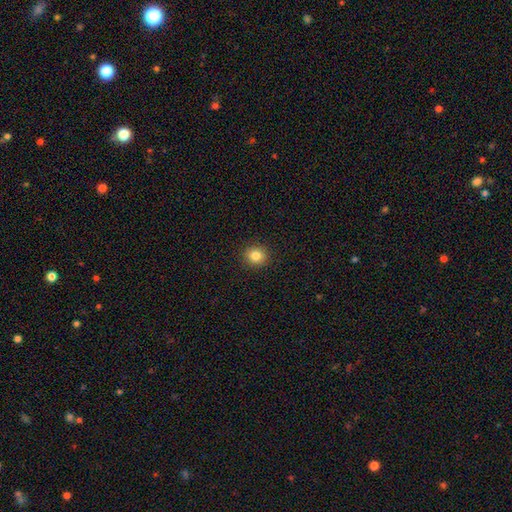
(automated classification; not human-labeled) This appears to be a smooth galaxy with no disk features (83%) that is round (89%). Merging: none (92%).